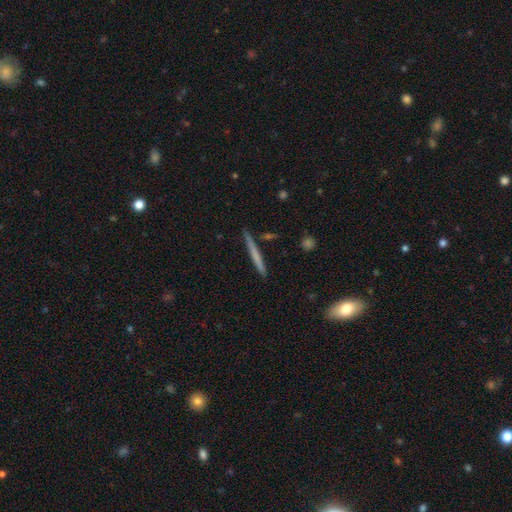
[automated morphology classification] This appears to be a smooth galaxy with no disk features (54%) that is cigar-shaped (96%). Merging: none (88%).